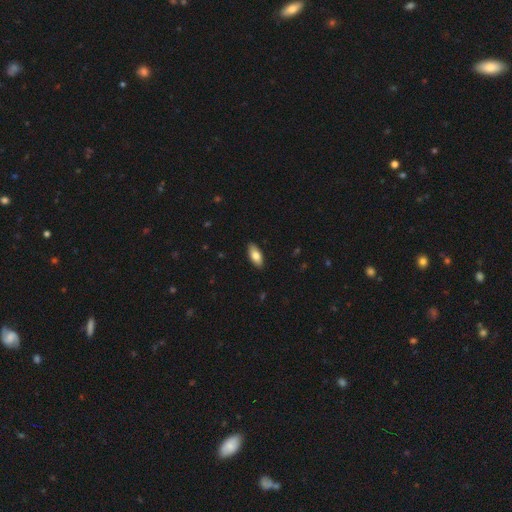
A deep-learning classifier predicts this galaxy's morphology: A smooth galaxy with no disk features (80%) that is in between round and cigar-shaped (86%).

Vote fractions:
- Smooth or featured? smooth: 80% / featured or disk: 14% / star or artifact: 6%
- How rounded? in between: 86% / cigar-shaped: 12% / round: 2%
- Merging? none: 89% / minor disturbance: 9% / major disturbance: 2% / merger: 1%